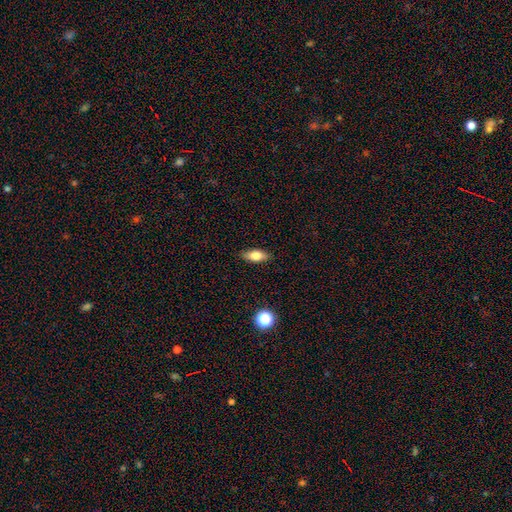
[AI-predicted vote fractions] Smooth or featured? smooth (75%)
How rounded? in between (80%)
Merging? none (87%)